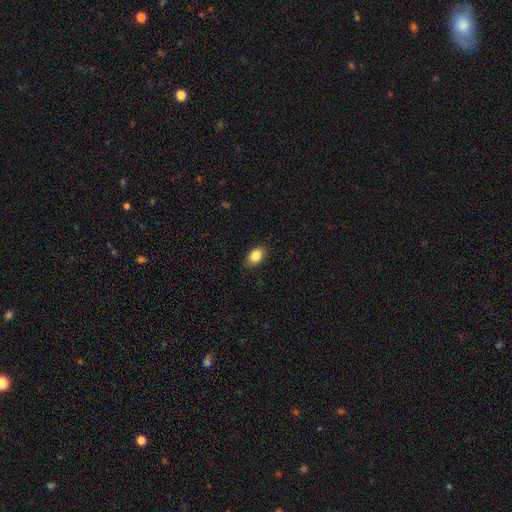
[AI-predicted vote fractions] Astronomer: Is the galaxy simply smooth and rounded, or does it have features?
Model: smooth — 86%.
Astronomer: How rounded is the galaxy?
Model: in between — 85%.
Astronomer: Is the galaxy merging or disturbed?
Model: none — 88%.